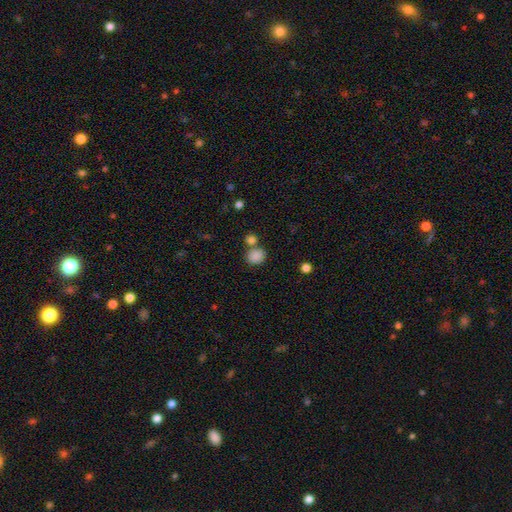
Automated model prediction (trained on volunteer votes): A smooth galaxy with no disk features (86%) that is round (71%).

Vote fractions:
- Smooth or featured? smooth: 86% / star or artifact: 10% / featured or disk: 4%
- How rounded? round: 71% / in between: 28% / cigar-shaped: 1%
- Merging? none: 65% / merger: 21% / minor disturbance: 10% / major disturbance: 4%